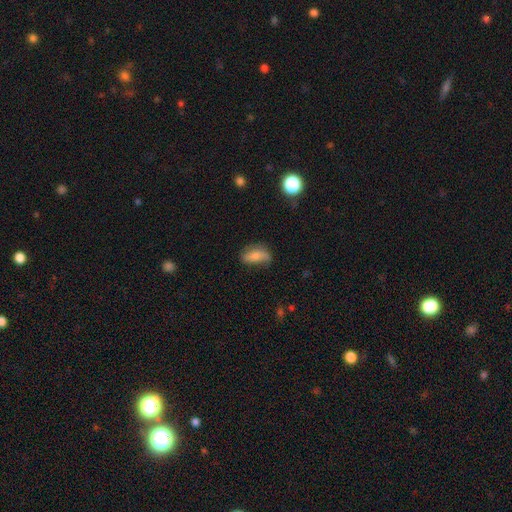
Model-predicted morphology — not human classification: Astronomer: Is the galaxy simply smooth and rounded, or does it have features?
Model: smooth — 64%.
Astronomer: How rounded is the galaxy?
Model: in between — 83%.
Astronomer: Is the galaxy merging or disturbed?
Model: none — 55% (runner-up: minor disturbance, 31%).